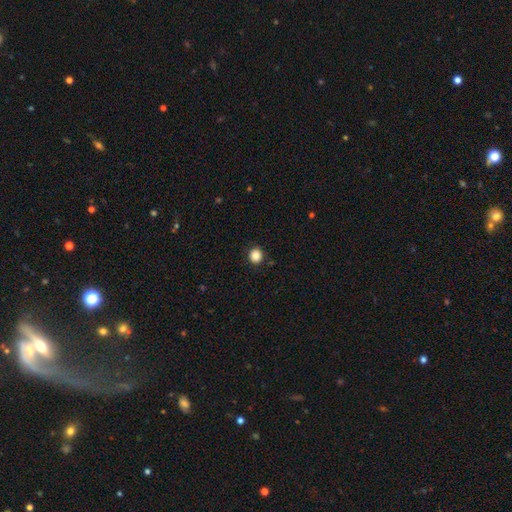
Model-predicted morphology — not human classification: Smooth or featured: smooth — 86% (star or artifact — 10%)
How rounded: round — 85% (in between — 14%)
Merging: none — 91% (minor disturbance — 6%)